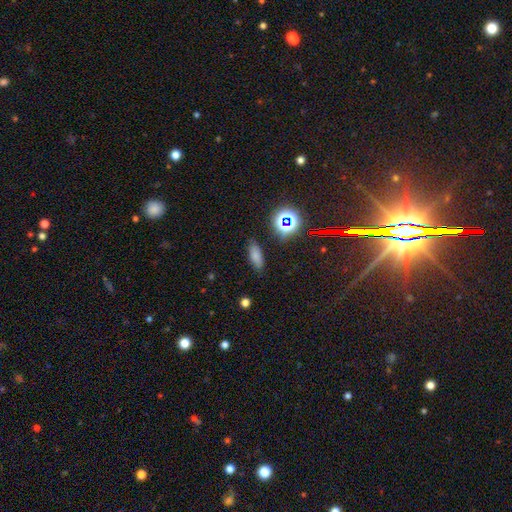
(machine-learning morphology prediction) Smooth or featured: smooth — 72% (star or artifact — 18%)
How rounded: in between — 71% (cigar-shaped — 23%)
Merging: none — 83% (minor disturbance — 12%)